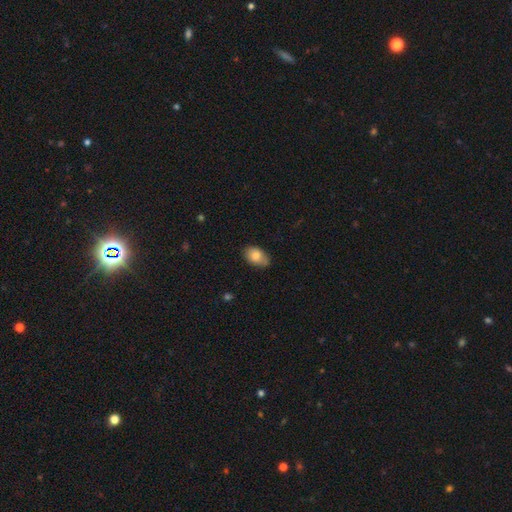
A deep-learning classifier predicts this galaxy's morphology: Q: Smooth or featured?
A: smooth (81%); runner-up: featured or disk (11%)
Q: How rounded?
A: in between (87%); runner-up: round (11%)
Q: Merging?
A: none (69%); runner-up: minor disturbance (25%)